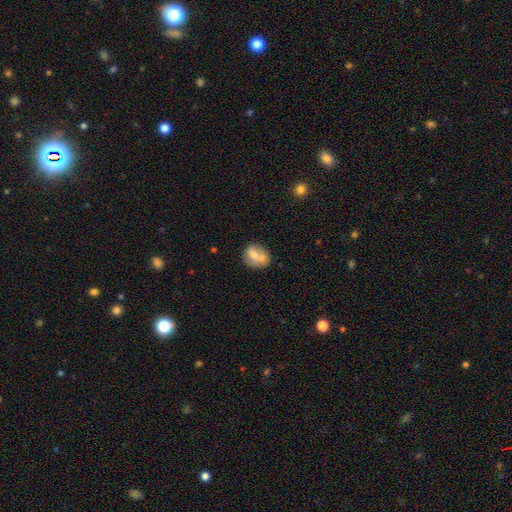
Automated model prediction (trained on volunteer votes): The model was most divided on "merging": none: 41%, merger: 39%, minor disturbance: 15%, major disturbance: 5%. More confident: smooth or featured — smooth (67%); how rounded — round (57%).